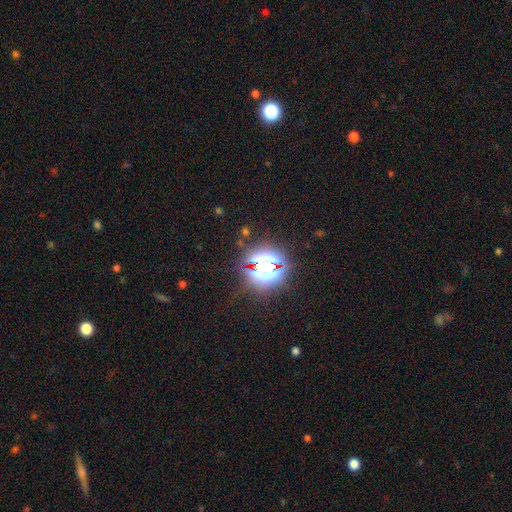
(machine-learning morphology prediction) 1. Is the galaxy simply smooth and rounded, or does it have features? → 80% star or artifact, 13% smooth, 7% featured or disk.